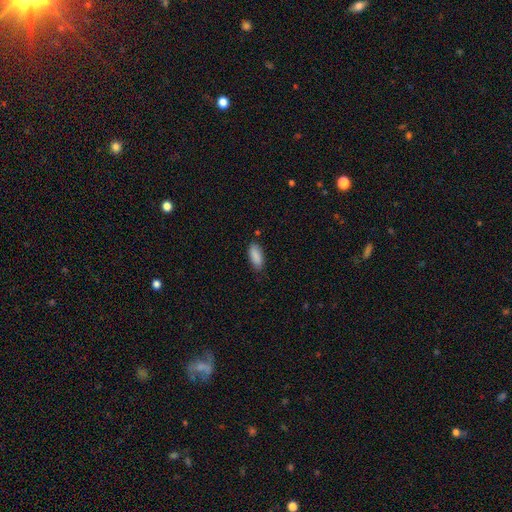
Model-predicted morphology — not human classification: Q: Smooth or featured?
A: smooth (89%); runner-up: star or artifact (7%)
Q: How rounded?
A: in between (82%); runner-up: cigar-shaped (16%)
Q: Merging?
A: none (79%); runner-up: minor disturbance (16%)